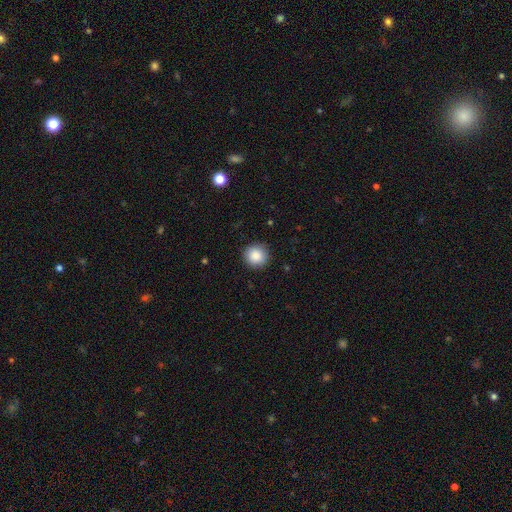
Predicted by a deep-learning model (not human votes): Smooth or featured? smooth (87%)
How rounded? round (94%)
Merging? none (91%)